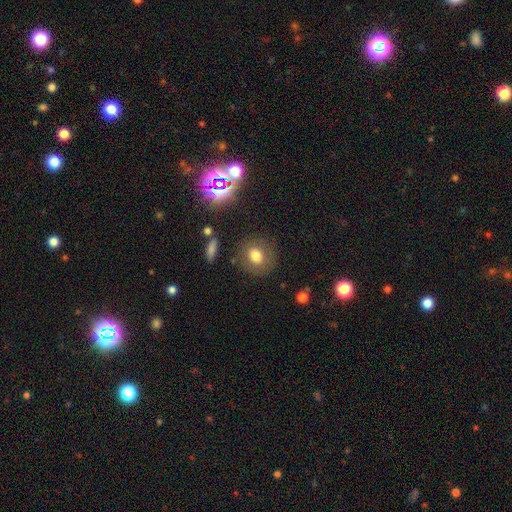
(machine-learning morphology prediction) type=smooth (70%); roundness=round (71%); merging=none (80%).